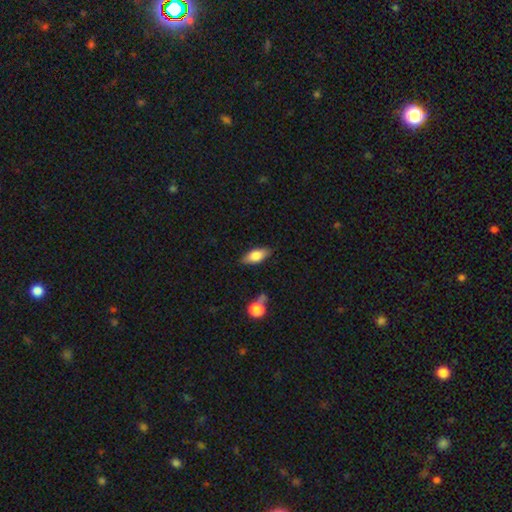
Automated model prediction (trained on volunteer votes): smooth 76%, featured or disk 18%, star or artifact 7%. Down the decision tree: how rounded — in between (82%); merging — none (81%).